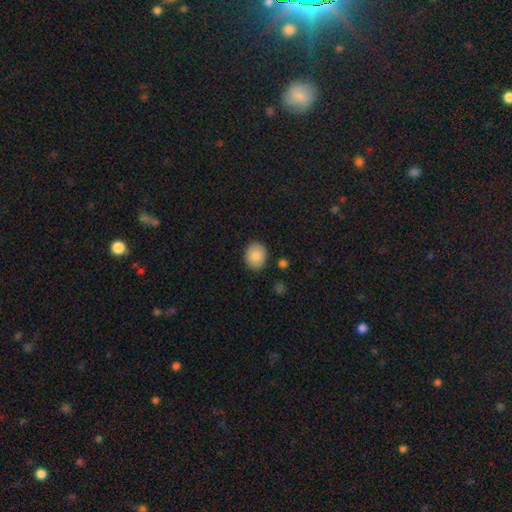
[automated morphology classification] smooth 87%, star or artifact 7%, featured or disk 6%. Down the decision tree: how rounded — round (52%); merging — none (87%).